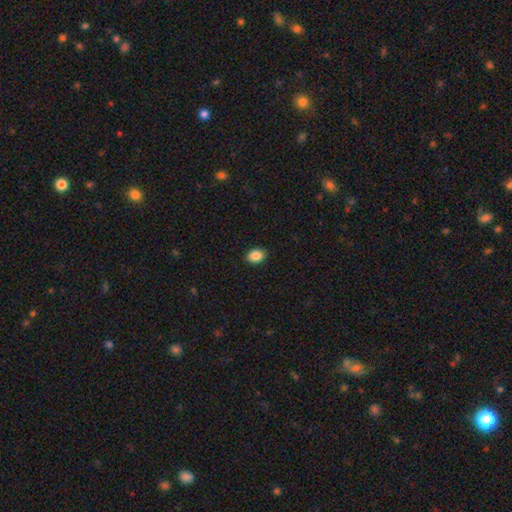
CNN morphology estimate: Overall: smooth (87%). How rounded: in between (62%; round 37%). Merging: none (91%).